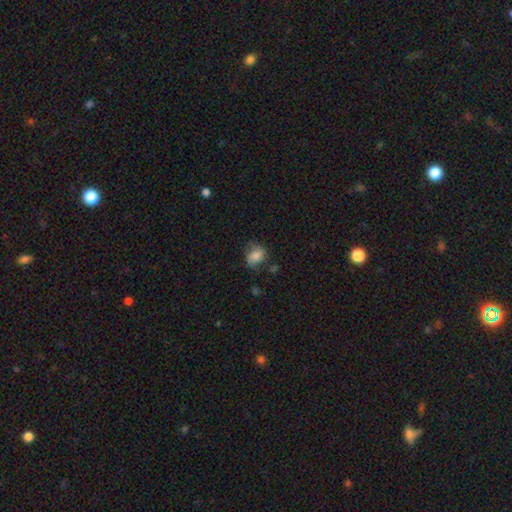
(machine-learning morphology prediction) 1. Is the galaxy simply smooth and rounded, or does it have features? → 73% smooth, 18% featured or disk, 9% star or artifact.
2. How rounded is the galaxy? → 59% in between, 39% round, 1% cigar-shaped.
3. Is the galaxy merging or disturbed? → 58% none, 28% minor disturbance, 11% major disturbance, 3% merger.